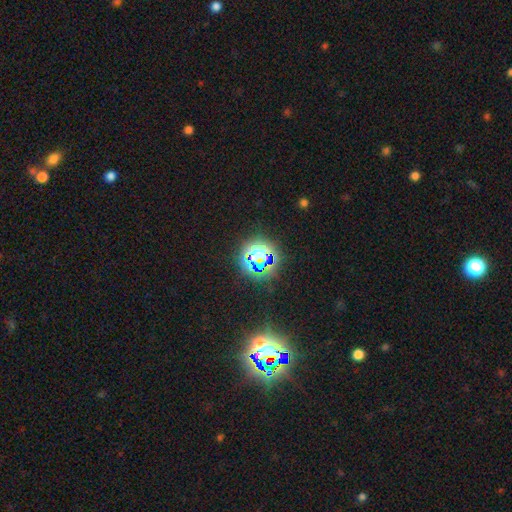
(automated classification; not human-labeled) A star or artifact, not a galaxy (69%).

Vote fractions:
- Smooth or featured? star or artifact: 69% / smooth: 21% / featured or disk: 10%